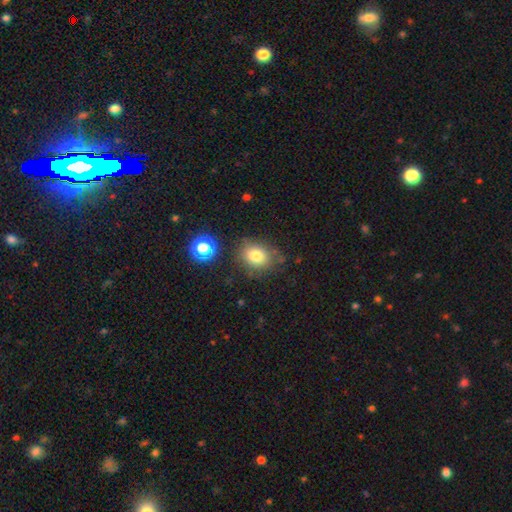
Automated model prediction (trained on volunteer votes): smooth-or-featured: smooth: 79% | star or artifact: 12% | featured or disk: 9%
  how-rounded: round: 55% | in between: 44% | cigar-shaped: 1%
  merging: none: 72% | minor disturbance: 17% | major disturbance: 6% | merger: 5%